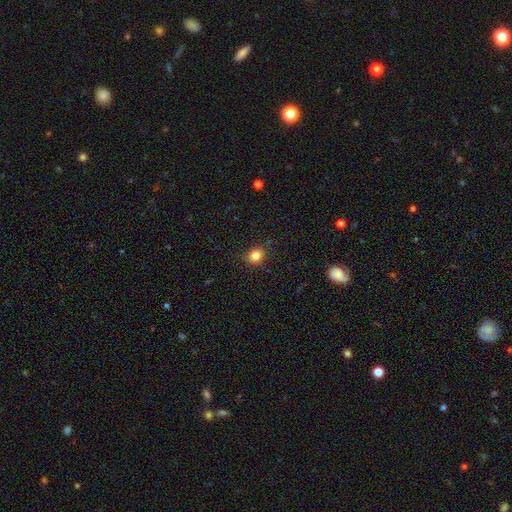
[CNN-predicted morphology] Smooth or featured? Predicted: smooth (p=0.83). How rounded? Predicted: round (p=0.74). Merging? Predicted: none (p=0.87).